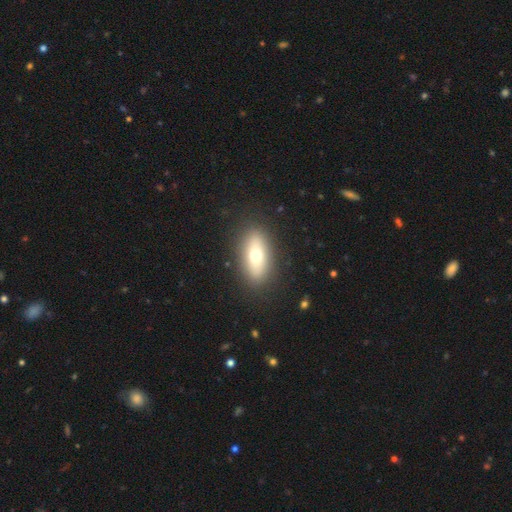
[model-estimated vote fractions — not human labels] Morphology: type=smooth (66%); roundness=in between (80%); merging=none (88%).